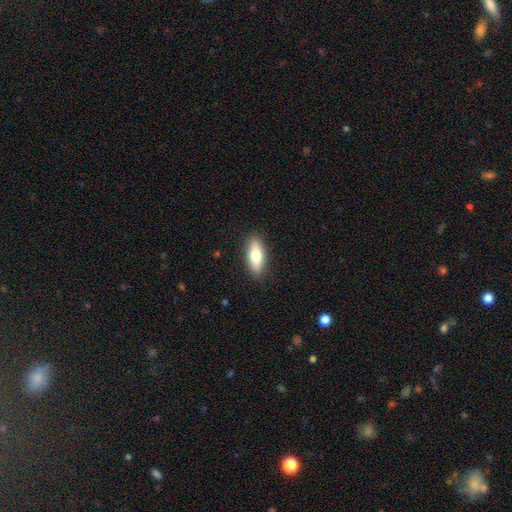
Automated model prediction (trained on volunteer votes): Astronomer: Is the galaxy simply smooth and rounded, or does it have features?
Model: smooth — 65%.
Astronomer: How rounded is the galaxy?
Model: in between — 63%.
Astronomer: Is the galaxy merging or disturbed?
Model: none — 89%.